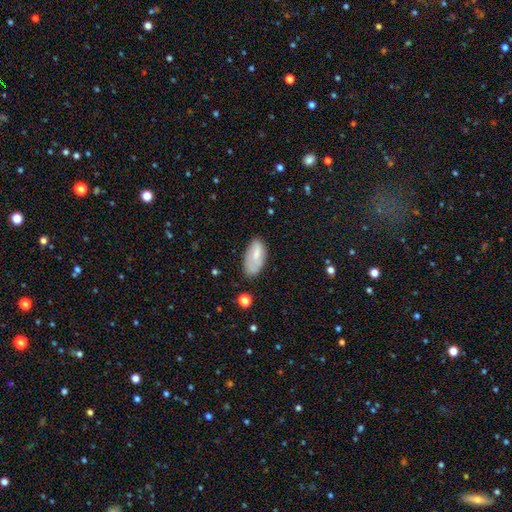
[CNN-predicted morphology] A smooth galaxy with no disk features (76%) that is in between round and cigar-shaped (92%). Merging: none (63%).